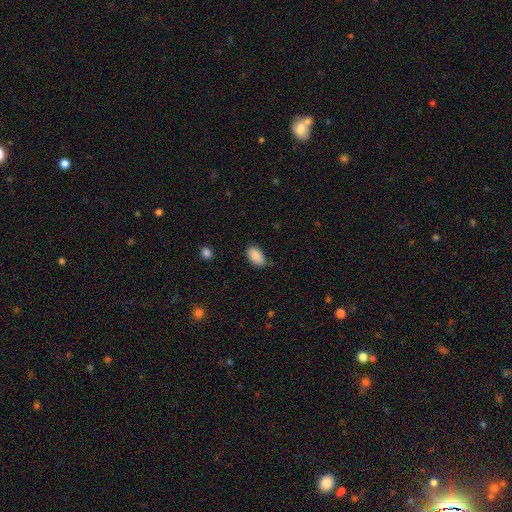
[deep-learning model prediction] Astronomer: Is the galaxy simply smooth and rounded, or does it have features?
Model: smooth — 88%.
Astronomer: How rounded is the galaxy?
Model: in between — 93%.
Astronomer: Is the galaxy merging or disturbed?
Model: none — 74%.